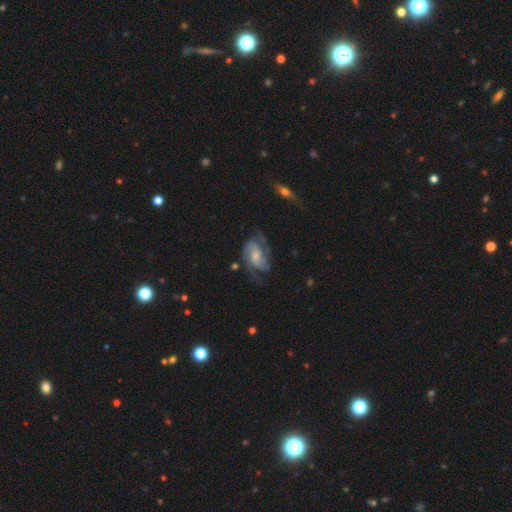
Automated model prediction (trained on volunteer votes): Morphology: type=featured or disk (85%); edge-on=no (97%); bar=no (55%); spiral arms=yes (96%); winding=medium (49%); arm count=2 (51%); bulge=small (44%); merging=none (59%).